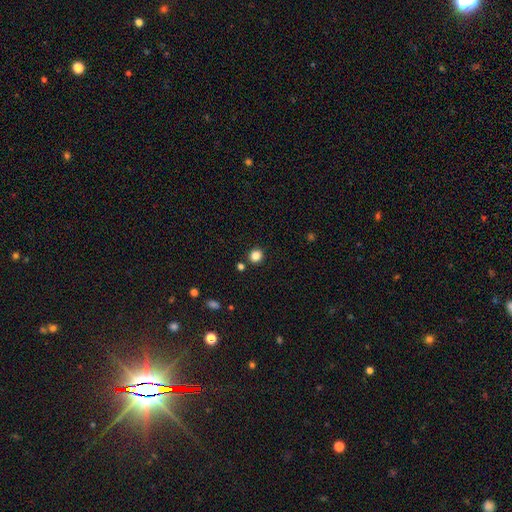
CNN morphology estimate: A smooth galaxy with no disk features (85%) that is round (81%).

Vote fractions:
- Smooth or featured? smooth: 85% / star or artifact: 11% / featured or disk: 4%
- How rounded? round: 81% / in between: 18% / cigar-shaped: 1%
- Merging? none: 87% / minor disturbance: 7% / merger: 4% / major disturbance: 2%